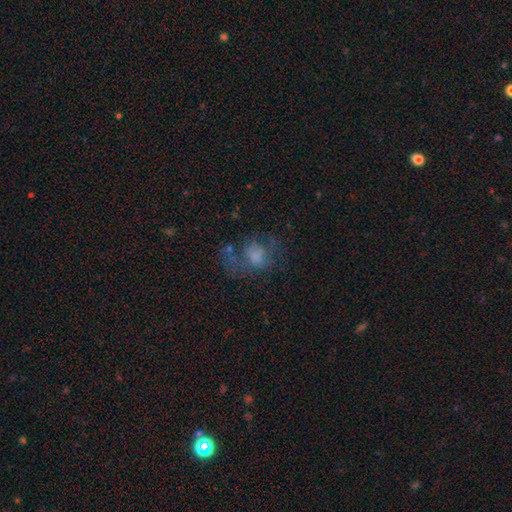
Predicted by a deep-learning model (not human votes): Q: Smooth or featured?
A: smooth (52%); runner-up: featured or disk (33%)
Q: How rounded?
A: round (56%); runner-up: in between (43%)
Q: Merging?
A: none (42%); runner-up: major disturbance (33%)